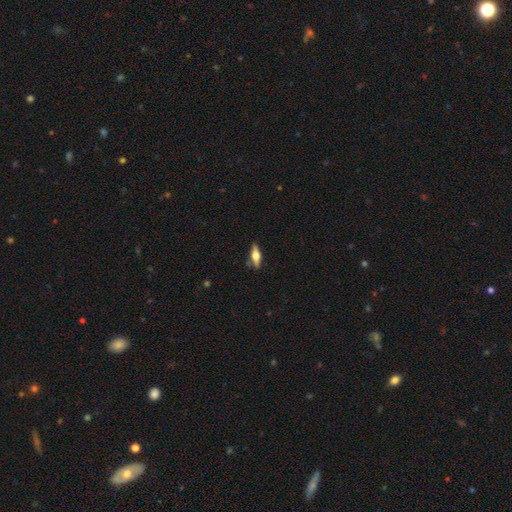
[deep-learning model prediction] A featured or disk galaxy (51%) viewed edge-on (93%). Merging: none (81%).